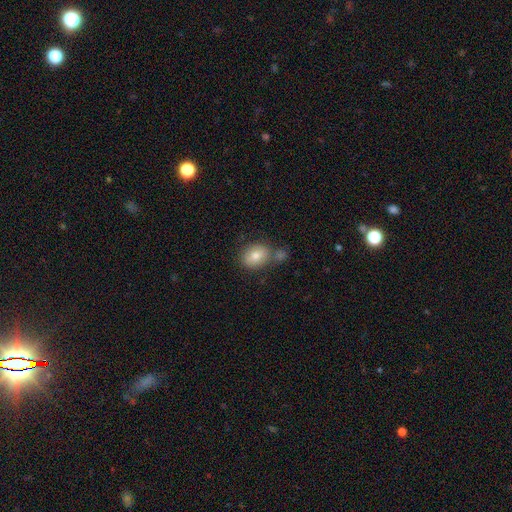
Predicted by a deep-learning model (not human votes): This appears to be a smooth galaxy with no disk features (78%) that is in between round and cigar-shaped (58%). Merging: none (63%).